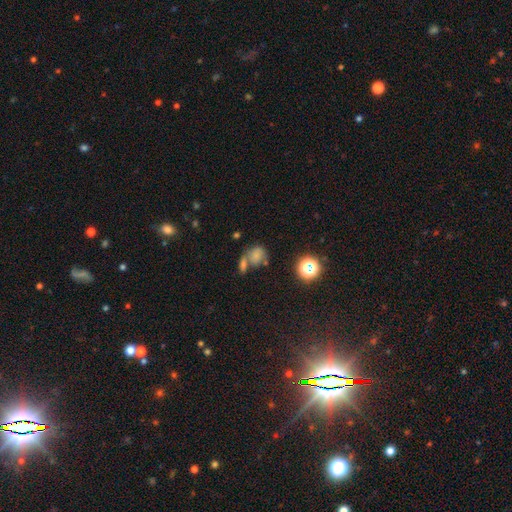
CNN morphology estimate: Smooth or featured? smooth (67%)
How rounded? round (56%)
Merging? merger (44%)